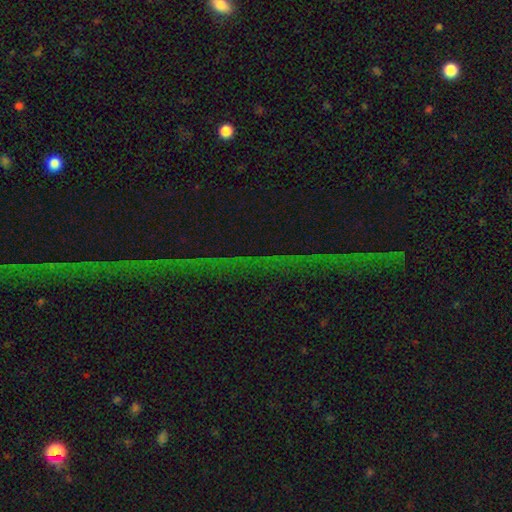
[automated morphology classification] Q: Smooth or featured?
A: star or artifact (81%); runner-up: featured or disk (12%)